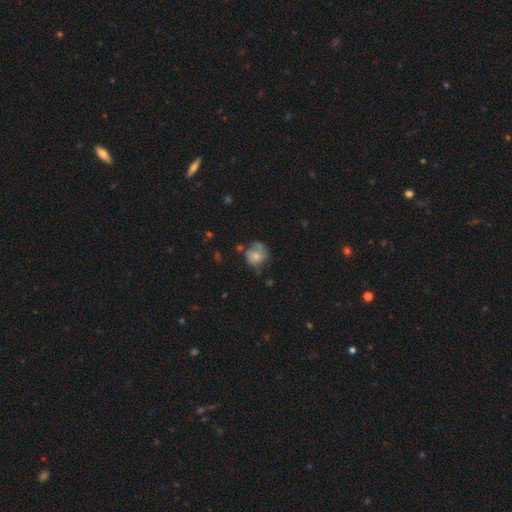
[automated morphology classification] A smooth galaxy with no disk features (59%) that is round (71%). Merging: none (44%).